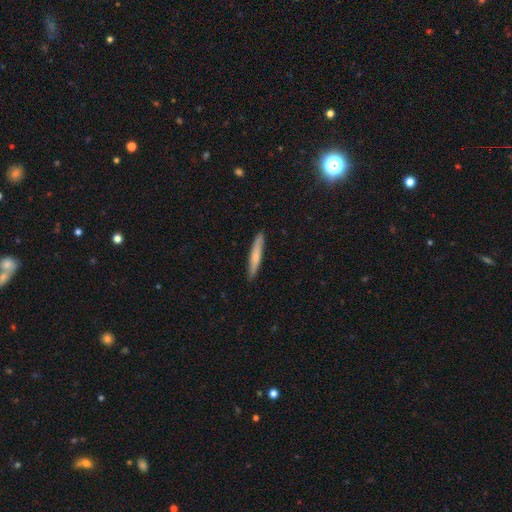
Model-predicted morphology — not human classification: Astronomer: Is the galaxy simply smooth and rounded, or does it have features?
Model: smooth — 67%.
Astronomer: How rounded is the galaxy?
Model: cigar-shaped — 94%.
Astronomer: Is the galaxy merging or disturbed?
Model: none — 89%.